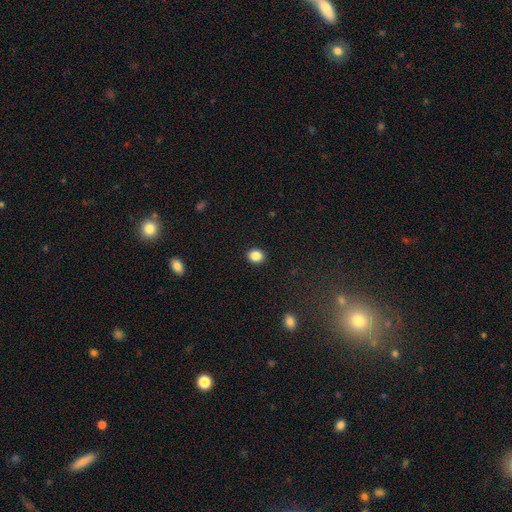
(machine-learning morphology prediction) Smooth or featured?
  - smooth: 86% *
  - star or artifact: 10%
  - featured or disk: 4%
How rounded?
  - round: 71% *
  - in between: 28%
  - cigar-shaped: 1%
Merging?
  - none: 92% *
  - minor disturbance: 5%
  - major disturbance: 2%
  - merger: 1%